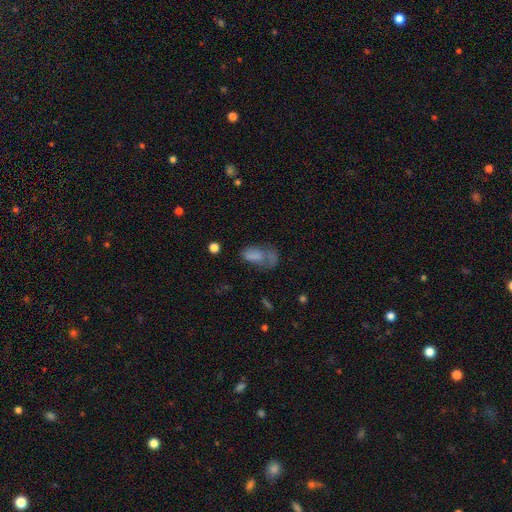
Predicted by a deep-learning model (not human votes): Smooth or featured: smooth — 63% (featured or disk — 24%)
How rounded: in between — 89% (round — 7%)
Merging: major disturbance — 38% (none — 26%)